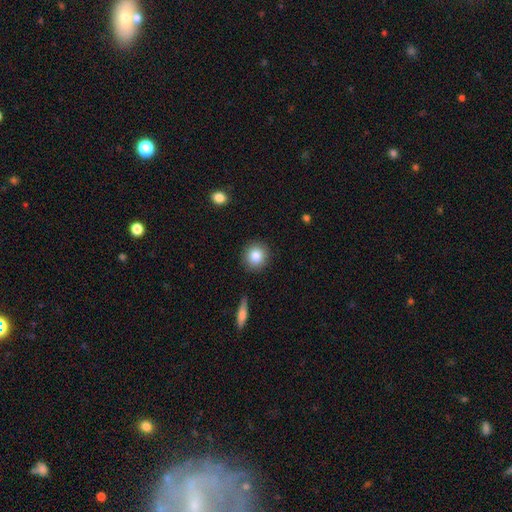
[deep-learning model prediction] Q: Smooth or featured?
A: smooth (83%); runner-up: featured or disk (9%)
Q: How rounded?
A: round (90%); runner-up: in between (9%)
Q: Merging?
A: none (90%); runner-up: minor disturbance (7%)